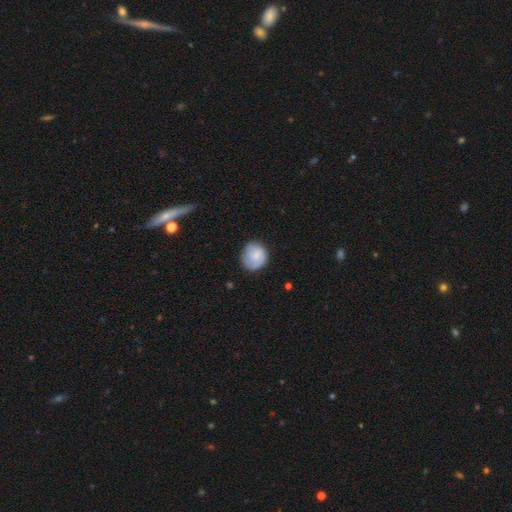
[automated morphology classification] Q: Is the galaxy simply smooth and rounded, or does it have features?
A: smooth — 77%.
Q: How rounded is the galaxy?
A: round — 83%.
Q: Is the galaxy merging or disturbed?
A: none — 73%.